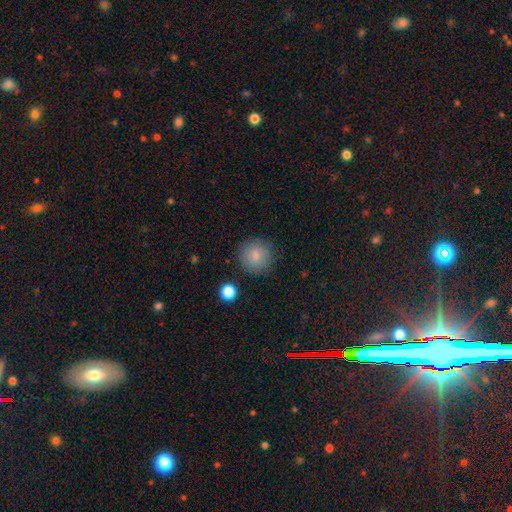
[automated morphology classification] smooth 84%, star or artifact 9%, featured or disk 7%. Down the decision tree: how rounded — round (95%); merging — none (86%).